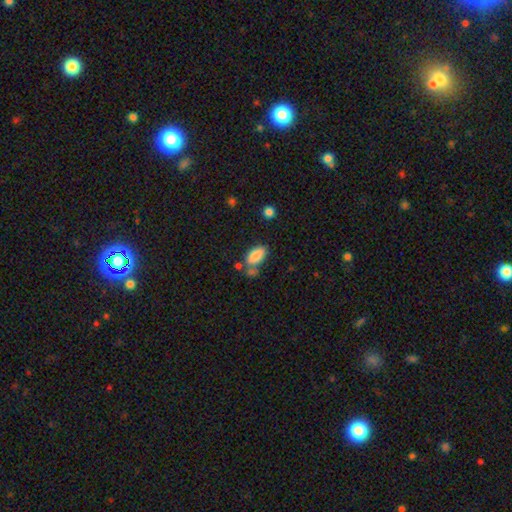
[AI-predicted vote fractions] A smooth galaxy with no disk features (85%) that is in between round and cigar-shaped (93%). Merging: none (53%).